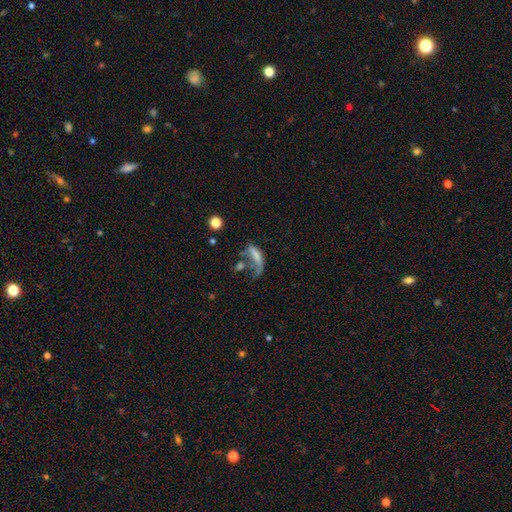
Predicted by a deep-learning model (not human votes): A smooth galaxy with no disk features (58%) that is in between round and cigar-shaped (59%). Merging: major disturbance (42%).